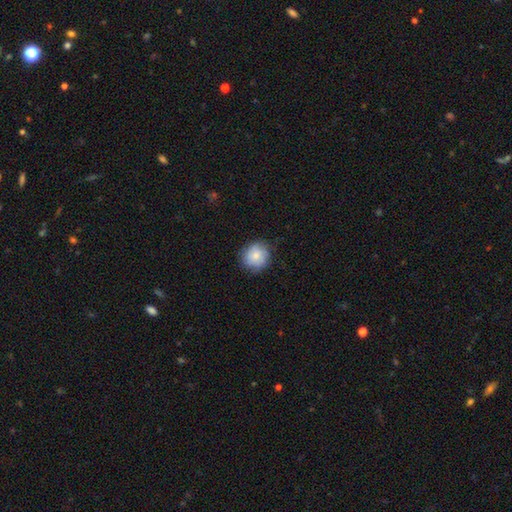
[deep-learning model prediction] smooth 75%, featured or disk 17%, star or artifact 7%. Down the decision tree: how rounded — round (87%); merging — none (78%).